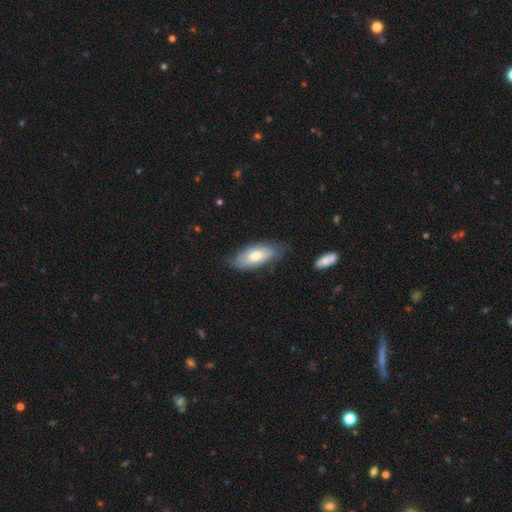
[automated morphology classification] A smooth galaxy with no disk features (64%) that is in between round and cigar-shaped (84%). Merging: none (70%).